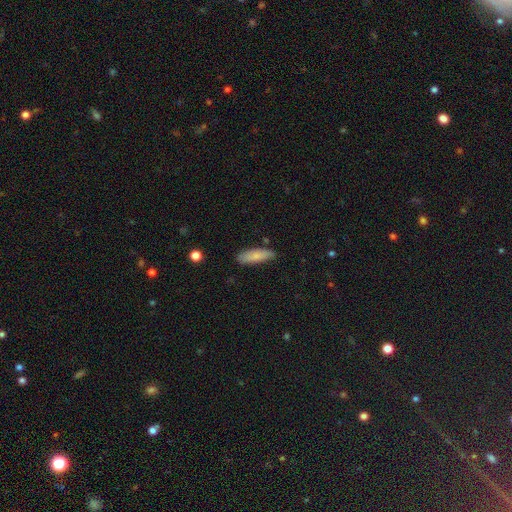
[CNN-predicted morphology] A smooth galaxy with no disk features (78%) that is cigar-shaped (50%). Merging: none (78%).